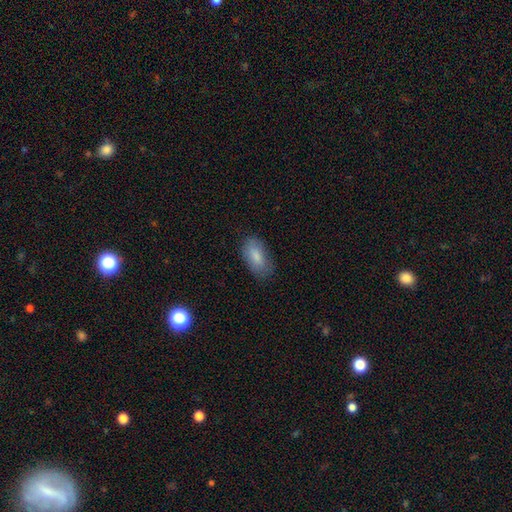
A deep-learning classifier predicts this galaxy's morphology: A smooth galaxy with no disk features (84%) that is in between round and cigar-shaped (92%). Merging: none (78%).